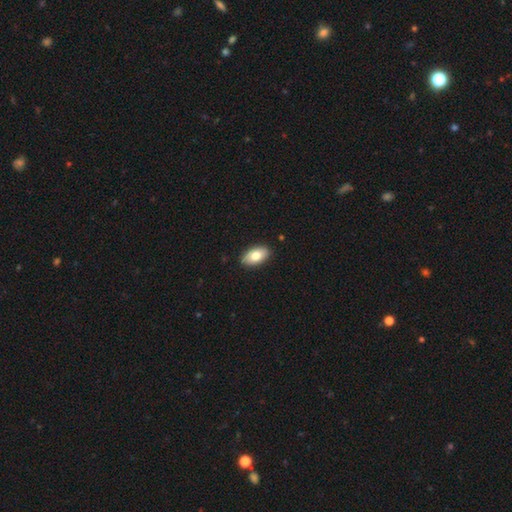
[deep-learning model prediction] Smooth or featured? smooth (78%)
How rounded? in between (93%)
Merging? none (90%)